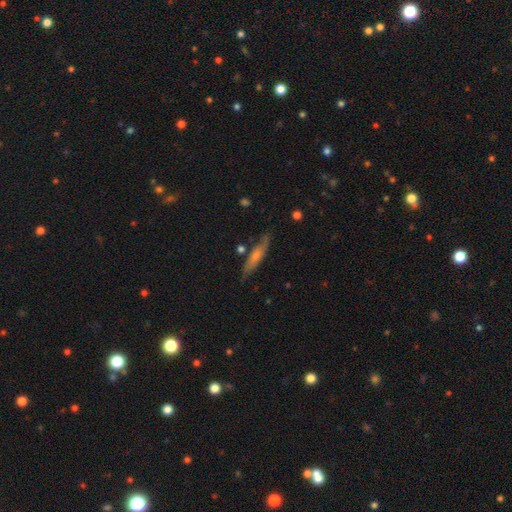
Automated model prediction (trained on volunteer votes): Morphology: type=featured or disk (49%); merging=none (79%).